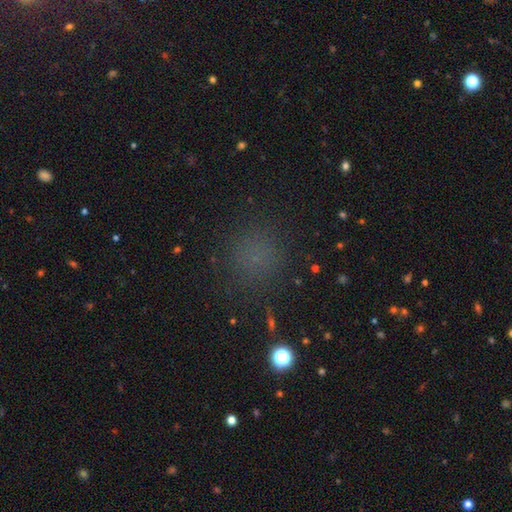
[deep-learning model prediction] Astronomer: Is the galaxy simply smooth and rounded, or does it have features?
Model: smooth — 65%.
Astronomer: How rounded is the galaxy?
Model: round — 90%.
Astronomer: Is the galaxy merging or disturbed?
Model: none — 85%.